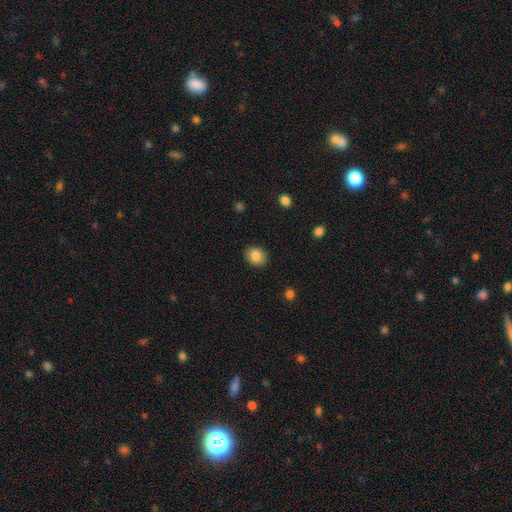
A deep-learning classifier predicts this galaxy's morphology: Smooth or featured? smooth (85%)
How rounded? round (58%)
Merging? none (88%)